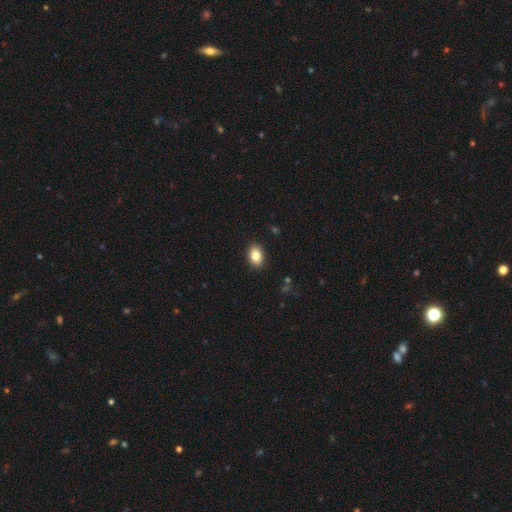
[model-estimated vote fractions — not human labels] smooth 84%, star or artifact 8%, featured or disk 8%. Down the decision tree: how rounded — in between (84%); merging — none (89%).